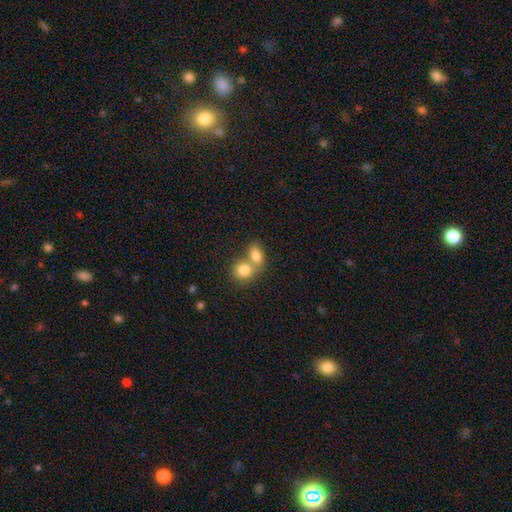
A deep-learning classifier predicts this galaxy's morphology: A smooth galaxy with no disk features (81%) that is in between round and cigar-shaped (62%). Merging: merger (60%).